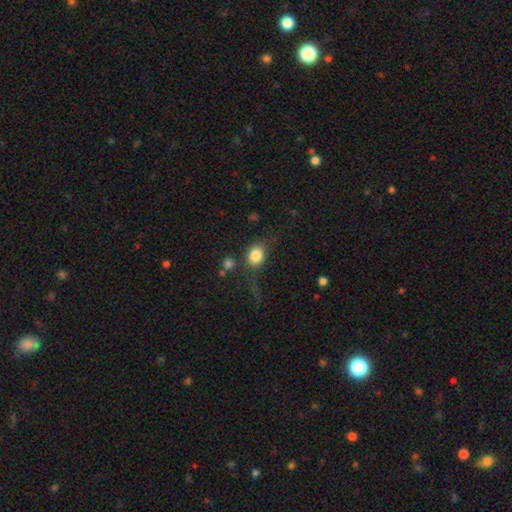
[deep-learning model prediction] The model was most divided on "how rounded": round: 50%, in between: 48%, cigar-shaped: 2%. More confident: smooth or featured — smooth (82%); merging — none (60%).